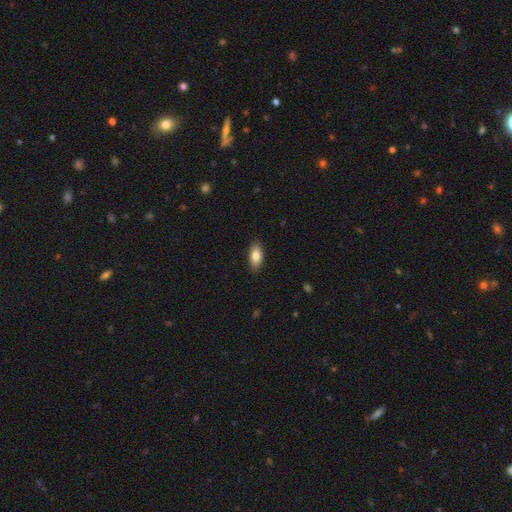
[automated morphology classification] Smooth or featured?
  - smooth: 83% *
  - featured or disk: 11%
  - star or artifact: 7%
How rounded?
  - in between: 88% *
  - cigar-shaped: 9%
  - round: 3%
Merging?
  - none: 88% *
  - minor disturbance: 9%
  - major disturbance: 2%
  - merger: 1%